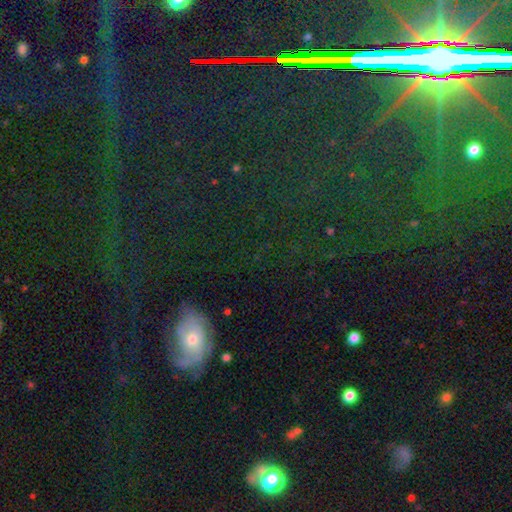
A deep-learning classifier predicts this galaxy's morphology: This is possibly a star or artifact rather than a galaxy (54%).